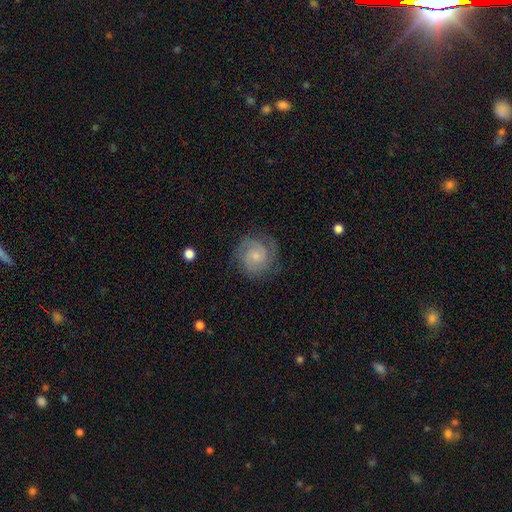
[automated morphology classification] Smooth or featured? Predicted: featured or disk (p=0.67). Edge-on disk? Predicted: no (p=0.98). Bar? Predicted: no (p=0.69). Spiral arms? Predicted: yes (p=0.93). Spiral winding? Predicted: tight (p=0.59). Spiral arm count? Predicted: 2 (p=0.53). Bulge size? Predicted: small (p=0.63). Merging? Predicted: none (p=0.75).